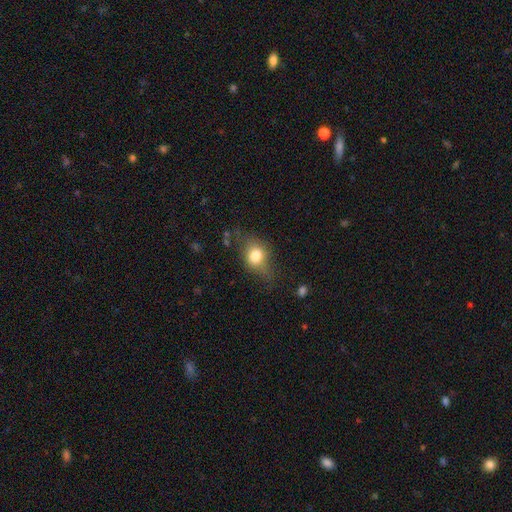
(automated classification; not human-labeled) Smooth or featured? smooth (72%)
How rounded? in between (56%)
Merging? none (56%)